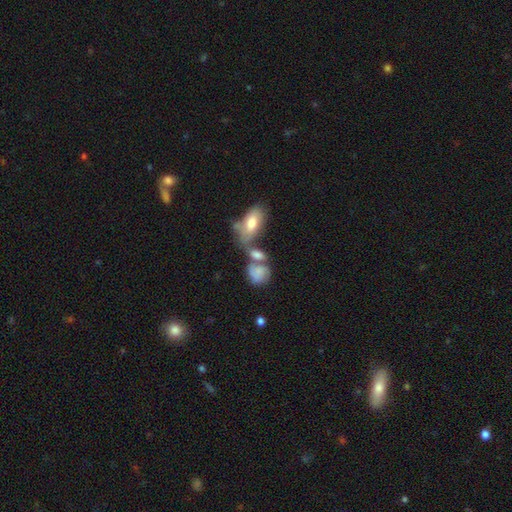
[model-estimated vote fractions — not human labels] Q: Smooth or featured?
A: smooth (44%); runner-up: featured or disk (29%)
Q: Merging?
A: none (47%); runner-up: merger (35%)